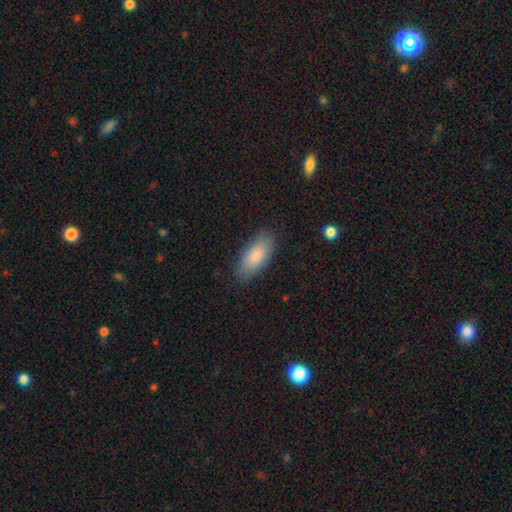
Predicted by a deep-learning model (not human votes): smooth-or-featured: smooth: 84% | featured or disk: 10% | star or artifact: 6%
  how-rounded: in between: 82% | cigar-shaped: 16% | round: 2%
  merging: none: 84% | minor disturbance: 12% | major disturbance: 3% | merger: 1%